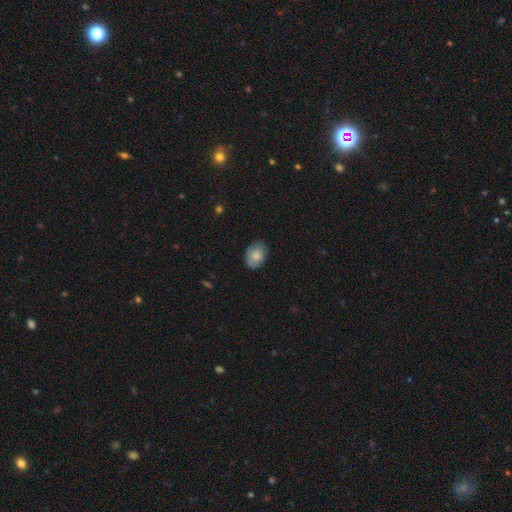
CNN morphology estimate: Q: Smooth or featured?
A: smooth (81%); runner-up: featured or disk (13%)
Q: How rounded?
A: in between (76%); runner-up: round (23%)
Q: Merging?
A: none (76%); runner-up: minor disturbance (19%)